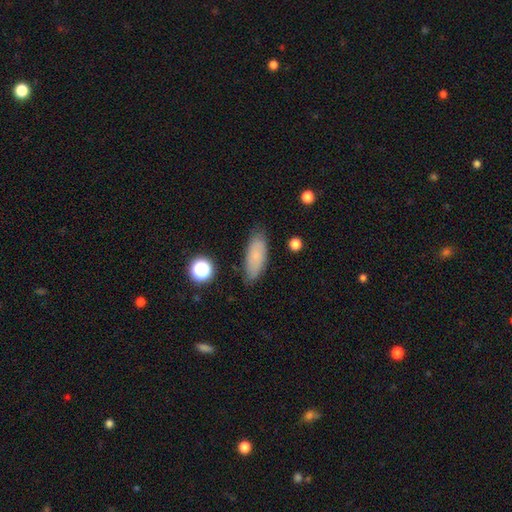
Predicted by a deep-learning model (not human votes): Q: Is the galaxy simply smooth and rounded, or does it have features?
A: smooth — 77%.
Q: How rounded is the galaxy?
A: in between — 74%.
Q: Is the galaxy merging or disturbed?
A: none — 81%.